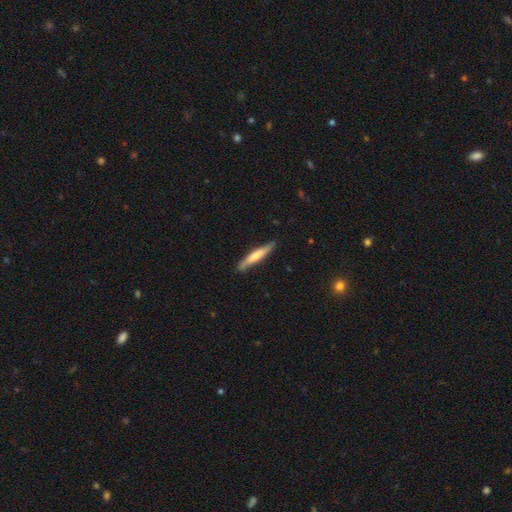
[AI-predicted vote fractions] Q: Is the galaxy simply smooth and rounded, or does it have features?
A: smooth — 61%.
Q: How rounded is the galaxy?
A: cigar-shaped — 93%.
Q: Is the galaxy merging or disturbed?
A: none — 86%.